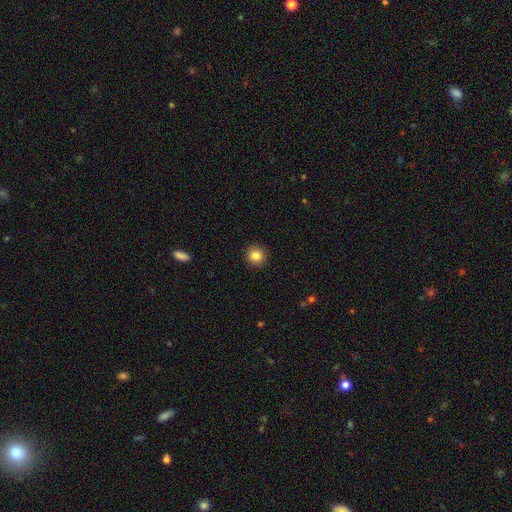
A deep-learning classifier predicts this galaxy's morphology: Smooth or featured?
  - smooth: 85% *
  - star or artifact: 10%
  - featured or disk: 5%
How rounded?
  - round: 94% *
  - in between: 5%
  - cigar-shaped: 1%
Merging?
  - none: 92% *
  - minor disturbance: 6%
  - major disturbance: 2%
  - merger: 1%